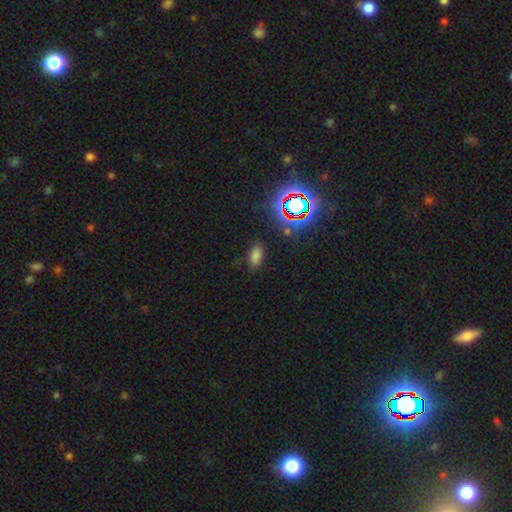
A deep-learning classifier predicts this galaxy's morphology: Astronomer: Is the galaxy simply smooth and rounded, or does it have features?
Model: smooth — 70%.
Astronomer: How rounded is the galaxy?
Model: in between — 91%.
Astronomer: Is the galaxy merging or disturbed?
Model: none — 82%.